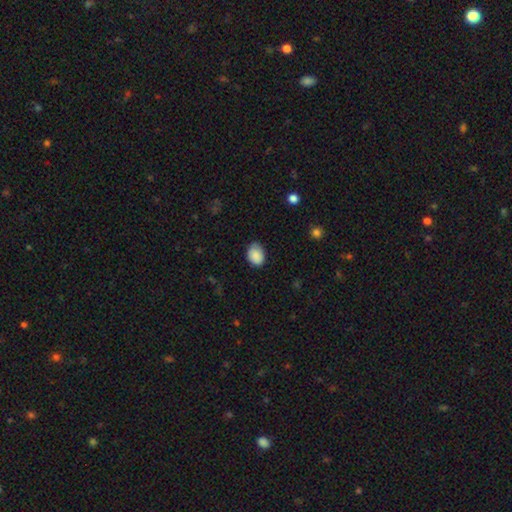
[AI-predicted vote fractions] smooth-or-featured: smooth: 87% | star or artifact: 7% | featured or disk: 6%
  how-rounded: in between: 69% | round: 30% | cigar-shaped: 1%
  merging: none: 71% | minor disturbance: 24% | major disturbance: 4% | merger: 1%